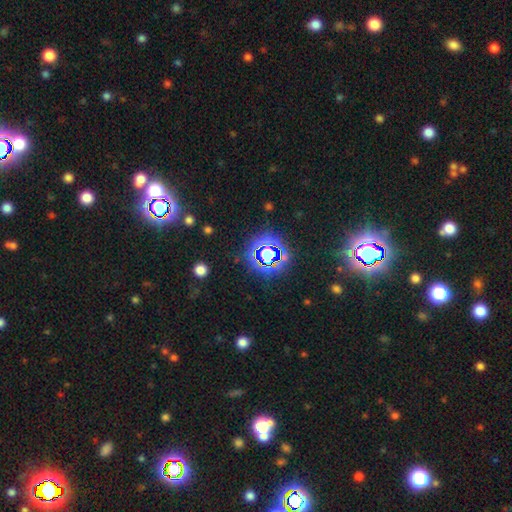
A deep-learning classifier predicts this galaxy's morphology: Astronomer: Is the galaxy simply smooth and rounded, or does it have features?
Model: star or artifact — 79%.